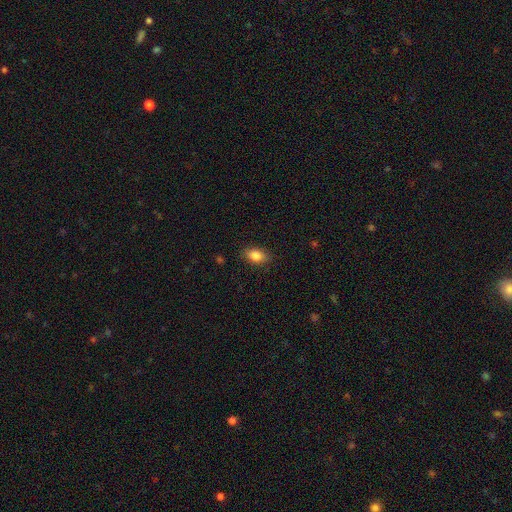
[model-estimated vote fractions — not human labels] A smooth galaxy with no disk features (85%) that is in between round and cigar-shaped (86%).

Vote fractions:
- Smooth or featured? smooth: 85% / star or artifact: 8% / featured or disk: 6%
- How rounded? in between: 86% / round: 11% / cigar-shaped: 3%
- Merging? none: 85% / minor disturbance: 11% / major disturbance: 3% / merger: 1%